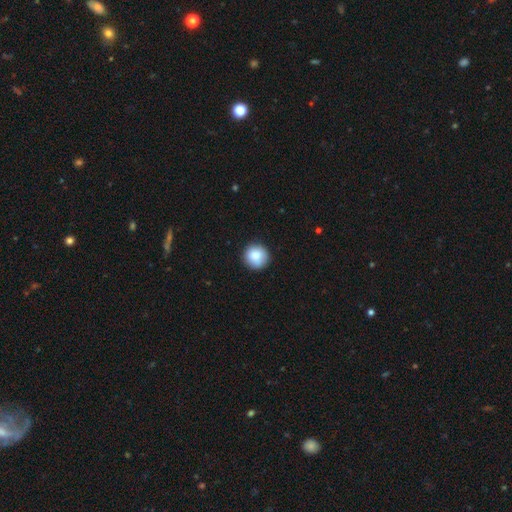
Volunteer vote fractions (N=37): This is clearly a smooth galaxy (92%). How rounded: clearly round (94%). Merging: clearly none (83%).